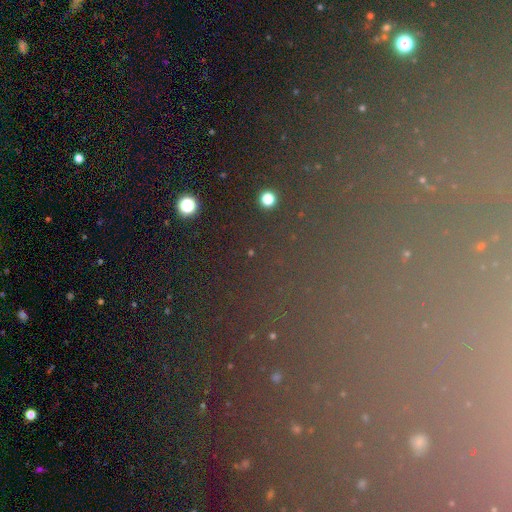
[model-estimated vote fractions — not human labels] This is likely a star or artifact rather than a galaxy (74%).